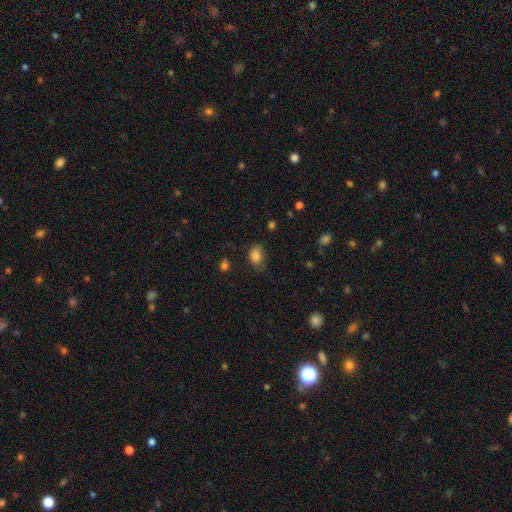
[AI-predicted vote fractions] Overall: smooth (81%). How rounded: in between (75%). Merging: none (55%; minor disturbance 31%).